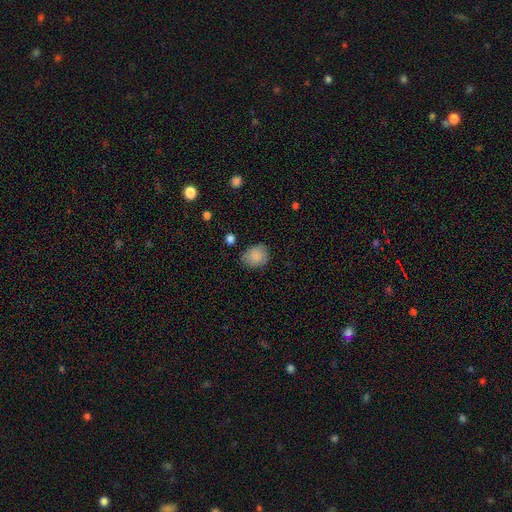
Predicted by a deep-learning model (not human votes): Q: Smooth or featured?
A: smooth (86%); runner-up: star or artifact (8%)
Q: How rounded?
A: round (61%); runner-up: in between (38%)
Q: Merging?
A: none (75%); runner-up: minor disturbance (19%)